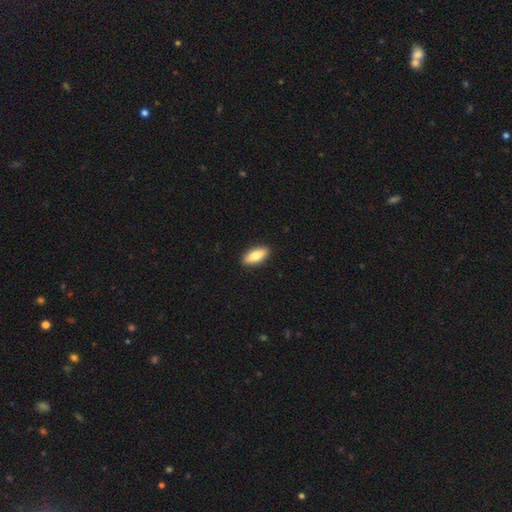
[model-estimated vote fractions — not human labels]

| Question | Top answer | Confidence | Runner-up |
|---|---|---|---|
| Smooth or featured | smooth | 81% | featured or disk (13%) |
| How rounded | in between | 84% | cigar-shaped (13%) |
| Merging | none | 91% | minor disturbance (7%) |